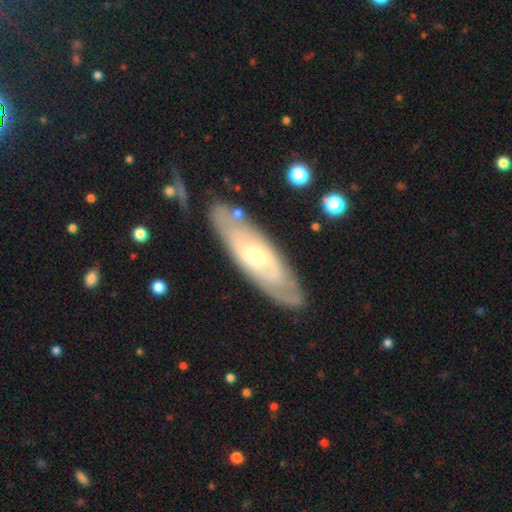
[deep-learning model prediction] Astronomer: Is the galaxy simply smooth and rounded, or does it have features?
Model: featured or disk — 68%.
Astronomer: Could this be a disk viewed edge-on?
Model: no — 76%.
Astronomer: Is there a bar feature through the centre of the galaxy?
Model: no — 55% (runner-up: weak, 34%).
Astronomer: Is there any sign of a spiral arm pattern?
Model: yes — 65%.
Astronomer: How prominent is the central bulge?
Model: small — 48% (runner-up: moderate, 47%).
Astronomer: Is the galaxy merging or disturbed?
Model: none — 80%.